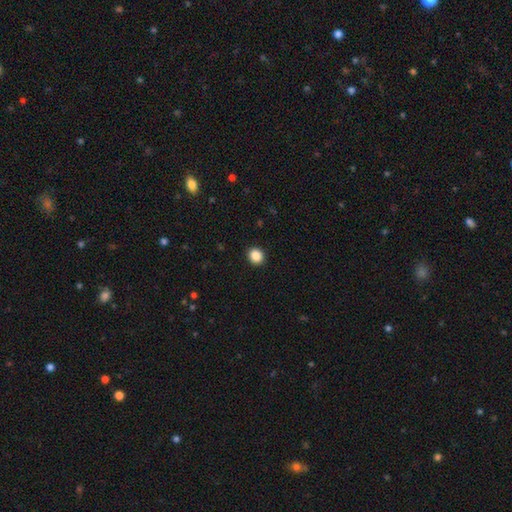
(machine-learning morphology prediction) Smooth or featured? Predicted: smooth (p=0.88). How rounded? Predicted: round (p=0.77). Merging? Predicted: none (p=0.92).